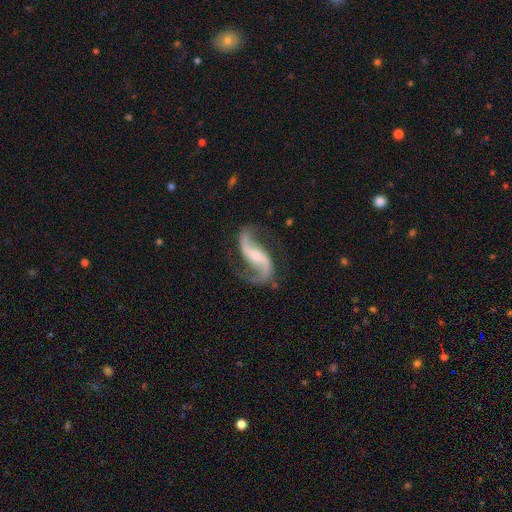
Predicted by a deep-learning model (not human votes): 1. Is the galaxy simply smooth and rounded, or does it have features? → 91% featured or disk, 5% star or artifact, 4% smooth.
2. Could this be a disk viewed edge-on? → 96% no, 4% yes.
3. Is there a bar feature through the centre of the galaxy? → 35% weak (tied), 35% no (tied), 30% strong.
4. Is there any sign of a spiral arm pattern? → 97% yes, 3% no.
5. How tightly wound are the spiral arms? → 67% loose, 27% medium, 6% tight.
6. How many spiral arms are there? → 93% 2, 2% 1, 2% can't tell, 1% 3, 1% 4, 1% more than 4.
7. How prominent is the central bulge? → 52% small, 38% moderate, 6% none, 3% large, 1% dominant.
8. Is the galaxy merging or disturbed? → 75% none, 14% minor disturbance, 9% major disturbance, 2% merger.